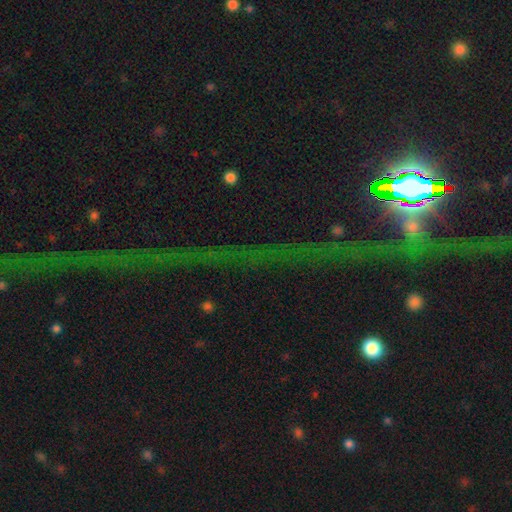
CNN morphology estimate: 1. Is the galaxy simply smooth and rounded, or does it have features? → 81% star or artifact, 12% featured or disk, 8% smooth.